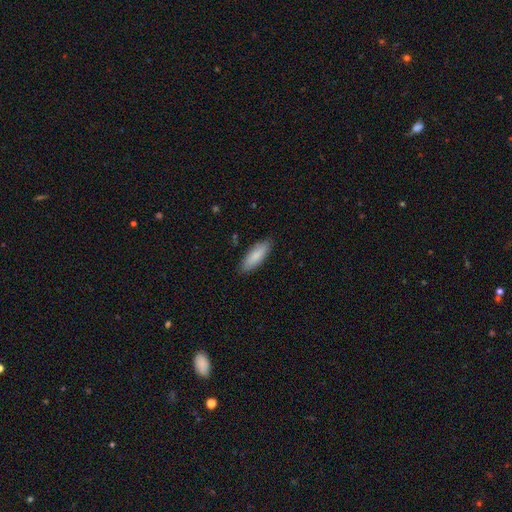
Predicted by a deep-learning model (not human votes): Q: Smooth or featured?
A: smooth (85%); runner-up: featured or disk (9%)
Q: How rounded?
A: in between (60%); runner-up: cigar-shaped (39%)
Q: Merging?
A: none (86%); runner-up: minor disturbance (11%)